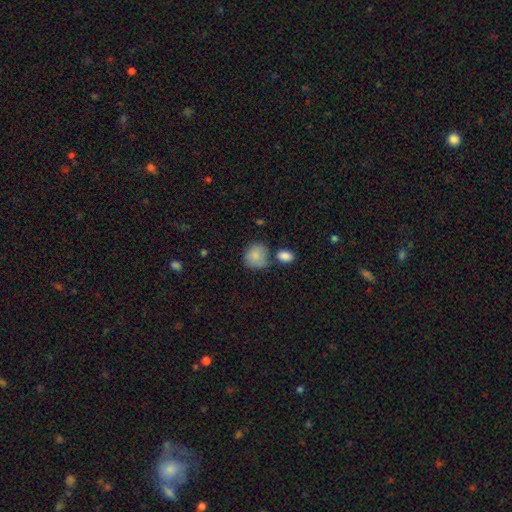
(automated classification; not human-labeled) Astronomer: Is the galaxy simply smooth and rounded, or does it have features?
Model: smooth — 82%.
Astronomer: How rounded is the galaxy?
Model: round — 70%.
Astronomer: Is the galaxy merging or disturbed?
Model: none — 53%.